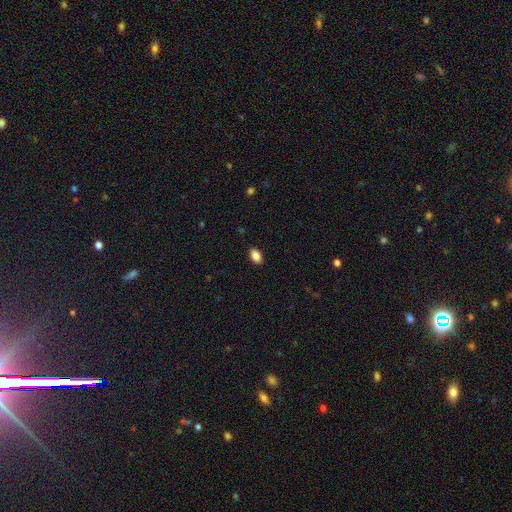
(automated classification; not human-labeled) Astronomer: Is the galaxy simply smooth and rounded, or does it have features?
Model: smooth — 87%.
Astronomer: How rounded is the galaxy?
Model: in between — 92%.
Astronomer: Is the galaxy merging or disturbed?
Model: none — 89%.